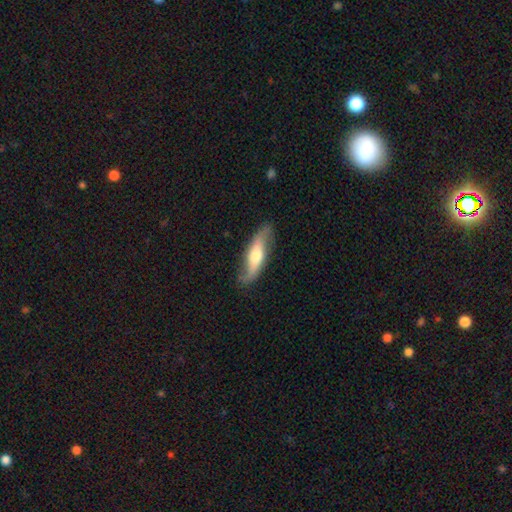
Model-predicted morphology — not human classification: smooth-or-featured: featured or disk: 57% | smooth: 37% | star or artifact: 5%
  disk-edge-on: no: 55% | yes: 45%
  merging: none: 78% | minor disturbance: 17% | major disturbance: 4% | merger: 1%